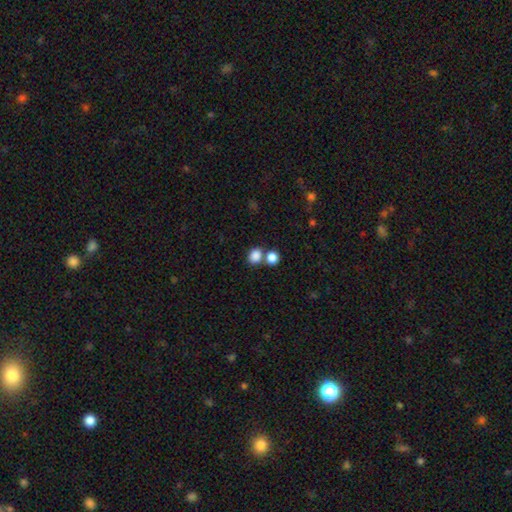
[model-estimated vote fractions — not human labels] A smooth galaxy with no disk features (85%) that is round (65%).

Vote fractions:
- Smooth or featured? smooth: 85% / star or artifact: 10% / featured or disk: 5%
- How rounded? round: 65% / in between: 34% / cigar-shaped: 1%
- Merging? none: 54% / merger: 35% / minor disturbance: 8% / major disturbance: 3%